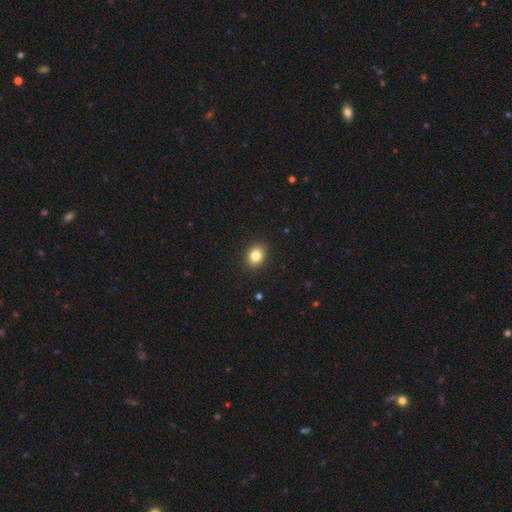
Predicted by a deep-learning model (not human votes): Morphology: type=smooth (82%); roundness=round (52%); merging=none (90%).